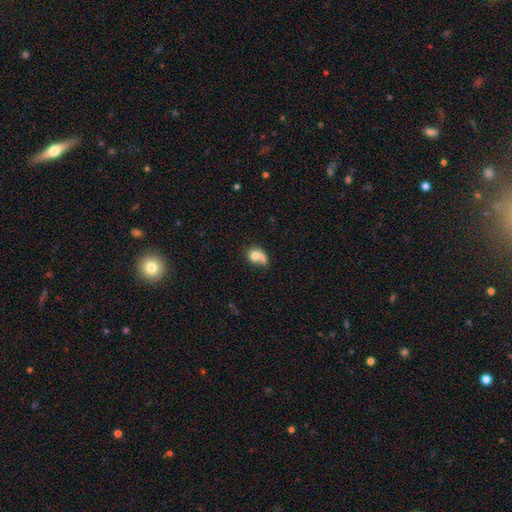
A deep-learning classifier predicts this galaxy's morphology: Smooth or featured: smooth — 68% (featured or disk — 23%)
How rounded: round — 59% (in between — 39%)
Merging: merger — 33% (none — 32%)